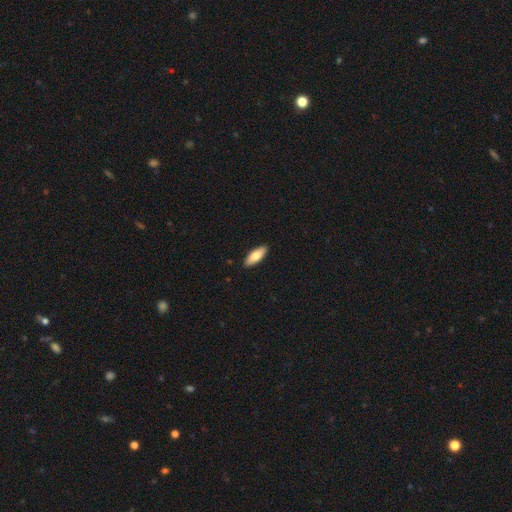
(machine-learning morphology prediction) Smooth or featured? Predicted: smooth (p=0.77). How rounded? Predicted: in between (p=0.69). Merging? Predicted: none (p=0.91).